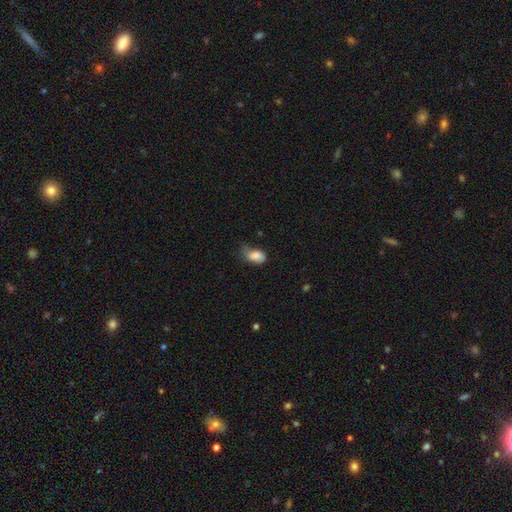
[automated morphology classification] Q: Smooth or featured?
A: smooth (82%); runner-up: featured or disk (10%)
Q: How rounded?
A: in between (88%); runner-up: round (11%)
Q: Merging?
A: minor disturbance (44%); runner-up: none (33%)